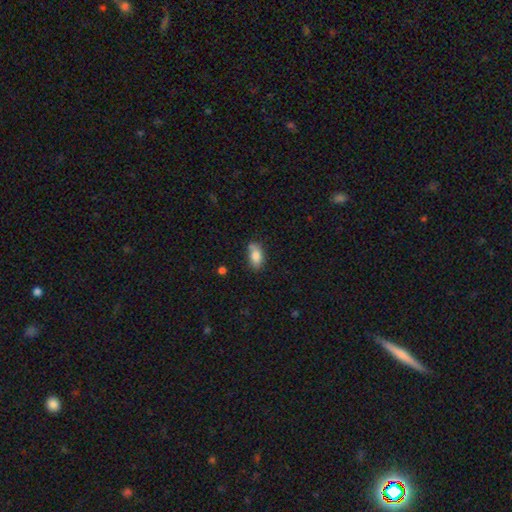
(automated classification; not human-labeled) smooth_or_featured: smooth (p=0.83) [alt: featured or disk p=0.09]
how_rounded: in between (p=0.89) [alt: cigar-shaped p=0.05]
merging: none (p=0.64) [alt: minor disturbance p=0.23]